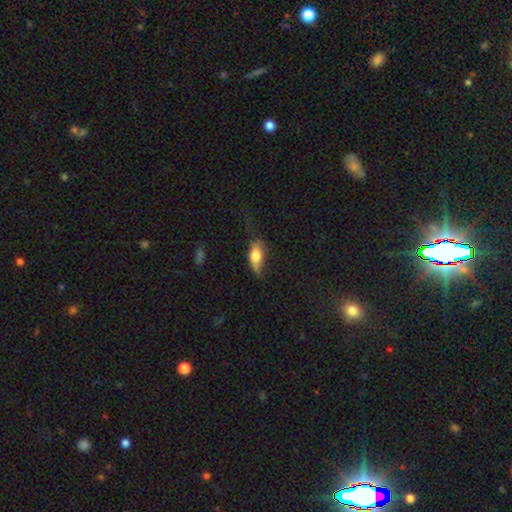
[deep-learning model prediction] Q: Smooth or featured?
A: smooth (72%); runner-up: featured or disk (21%)
Q: How rounded?
A: in between (81%); runner-up: cigar-shaped (15%)
Q: Merging?
A: none (49%); runner-up: minor disturbance (33%)